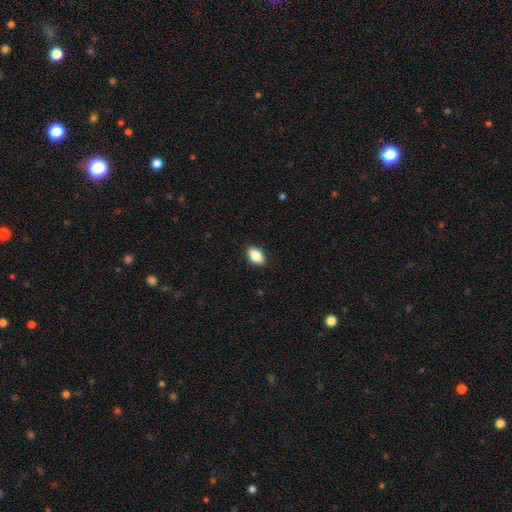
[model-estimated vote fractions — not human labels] Smooth or featured: smooth — 86% (star or artifact — 7%)
How rounded: in between — 91% (round — 6%)
Merging: none — 89% (minor disturbance — 8%)